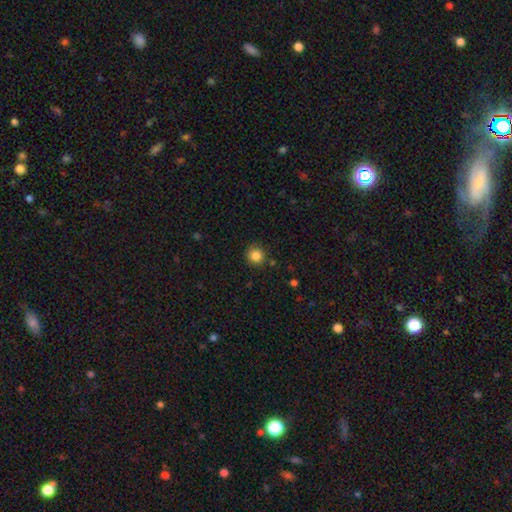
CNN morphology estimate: Smooth or featured? smooth (85%)
How rounded? round (91%)
Merging? none (86%)